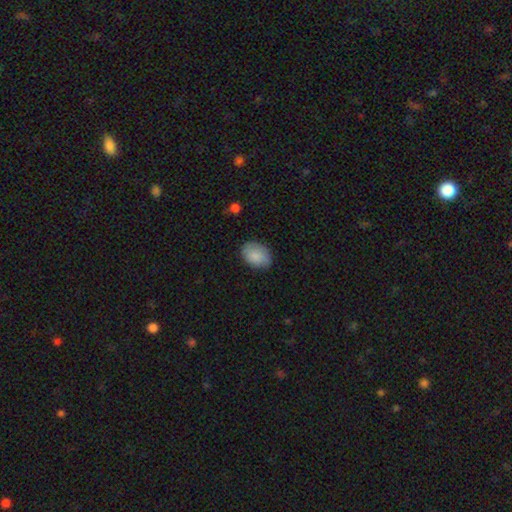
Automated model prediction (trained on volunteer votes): Overall: smooth (85%). How rounded: in between (80%). Merging: none (79%).